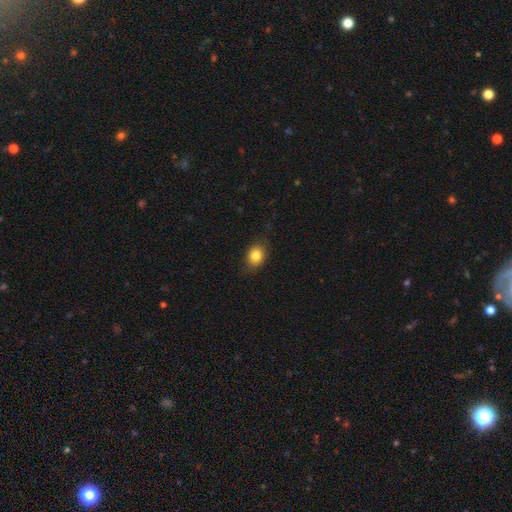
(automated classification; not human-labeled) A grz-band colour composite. It shows a smooth galaxy with no disk features (82%) that is in between round and cigar-shaped (52%). Merging: none (80%).